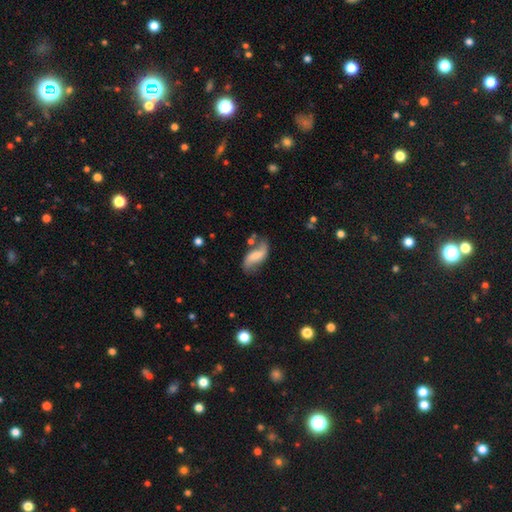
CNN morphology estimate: Smooth or featured? featured or disk (61%)
Edge-on disk? no (94%)
Bar? no (39%, tied with weak)
Spiral arms? yes (89%)
Spiral winding? loose (76%)
Spiral arm count? 2 (88%)
Bulge size? none (34%)
Merging? none (58%)